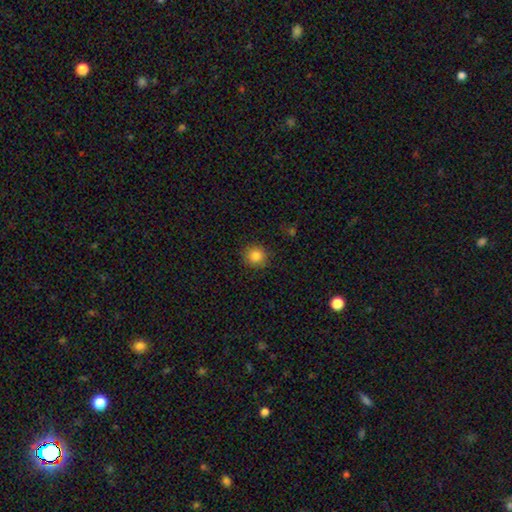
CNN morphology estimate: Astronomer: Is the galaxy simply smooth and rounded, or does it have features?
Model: smooth — 85%.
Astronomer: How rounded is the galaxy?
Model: round — 91%.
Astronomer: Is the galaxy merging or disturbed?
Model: none — 90%.